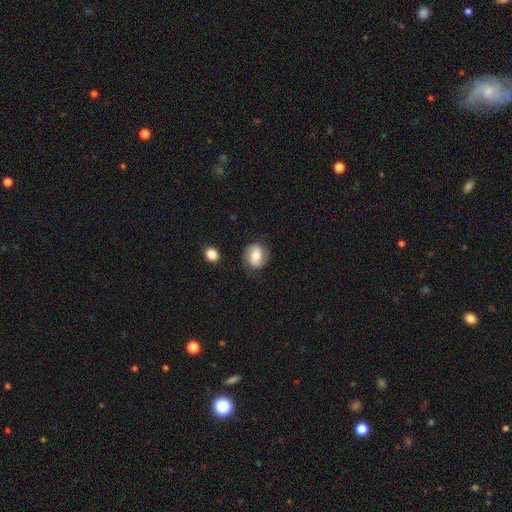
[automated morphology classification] The model was most divided on "smooth or featured": featured or disk: 47%, smooth: 45%, star or artifact: 8%. More confident: merging — none (80%).